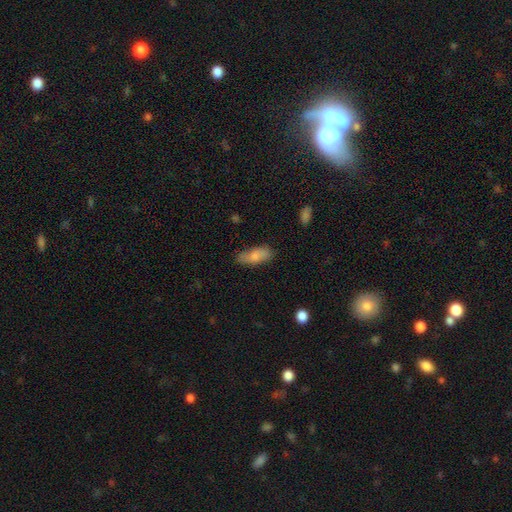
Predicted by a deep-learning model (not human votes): smooth-or-featured: smooth: 79% | featured or disk: 15% | star or artifact: 6%
  how-rounded: in between: 78% | cigar-shaped: 20% | round: 3%
  merging: none: 78% | minor disturbance: 17% | major disturbance: 4% | merger: 2%